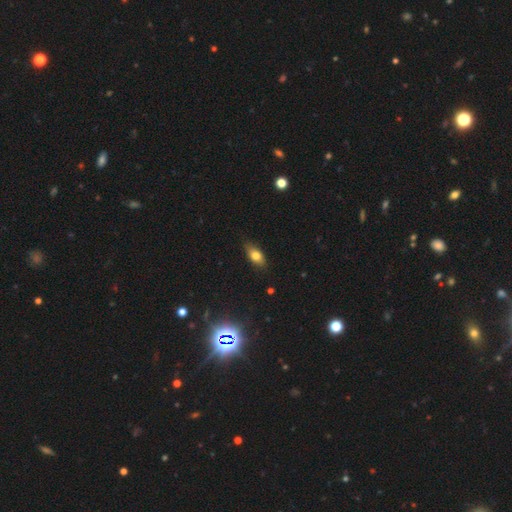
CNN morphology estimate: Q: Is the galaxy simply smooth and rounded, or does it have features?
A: smooth — 74%.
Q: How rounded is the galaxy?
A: in between — 83%.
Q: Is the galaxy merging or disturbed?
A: none — 80%.